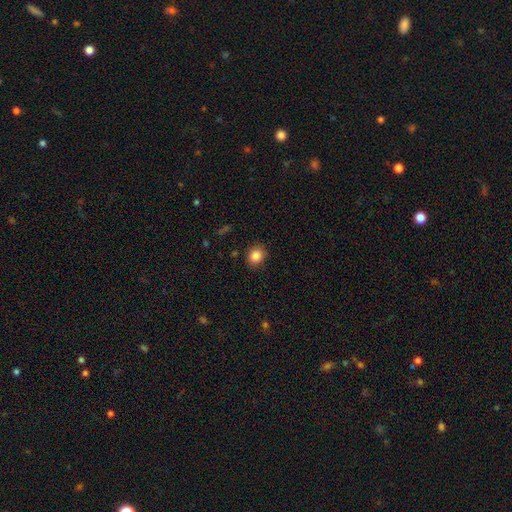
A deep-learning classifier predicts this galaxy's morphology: smooth-or-featured: smooth: 86% | star or artifact: 10% | featured or disk: 4%
  how-rounded: round: 72% | in between: 27% | cigar-shaped: 1%
  merging: none: 85% | minor disturbance: 11% | major disturbance: 3% | merger: 1%